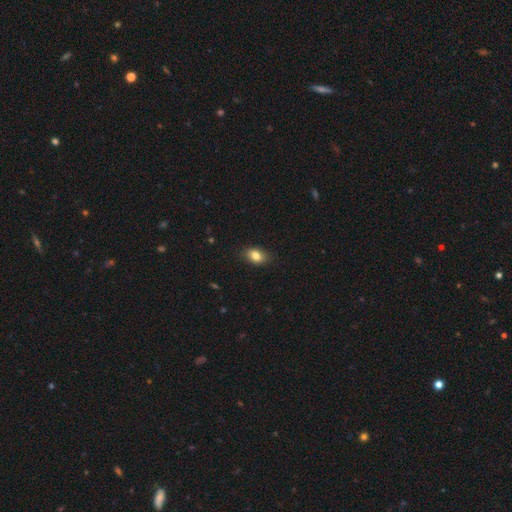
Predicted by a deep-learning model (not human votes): Smooth or featured? Predicted: smooth (p=0.82). How rounded? Predicted: in between (p=0.79). Merging? Predicted: none (p=0.83).